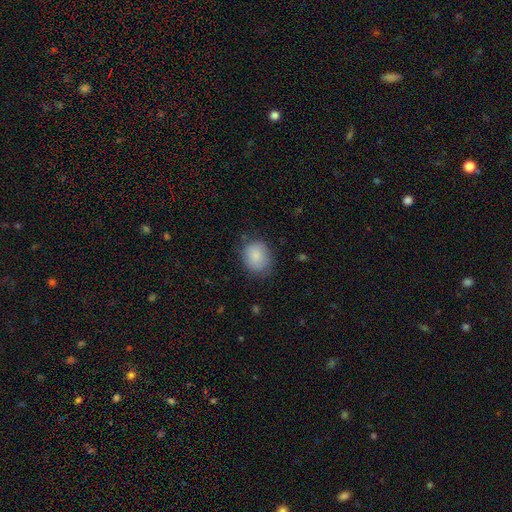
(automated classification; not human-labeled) Morphology: type=smooth (86%); roundness=round (60%); merging=none (73%).